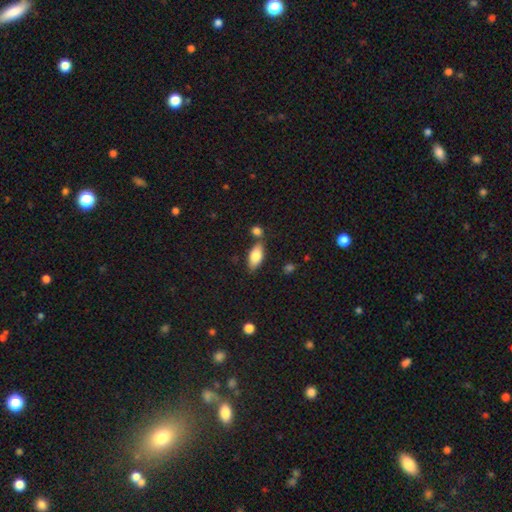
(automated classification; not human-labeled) Overall: smooth (78%). How rounded: in between (86%). Merging: none (70%).